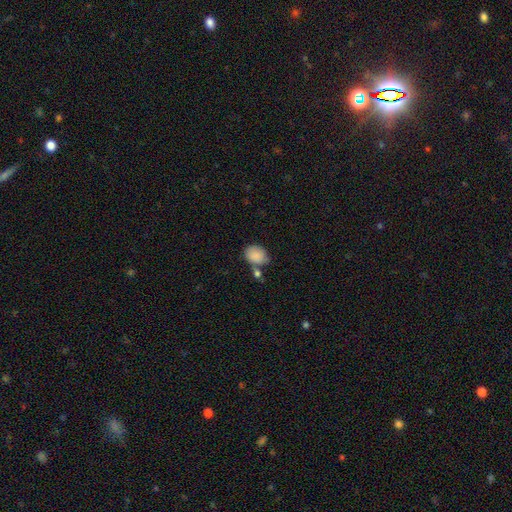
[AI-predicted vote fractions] The model was most divided on "merging": none: 54%, minor disturbance: 22%, merger: 17%, major disturbance: 6%. More confident: smooth or featured — smooth (87%); how rounded — in between (66%).